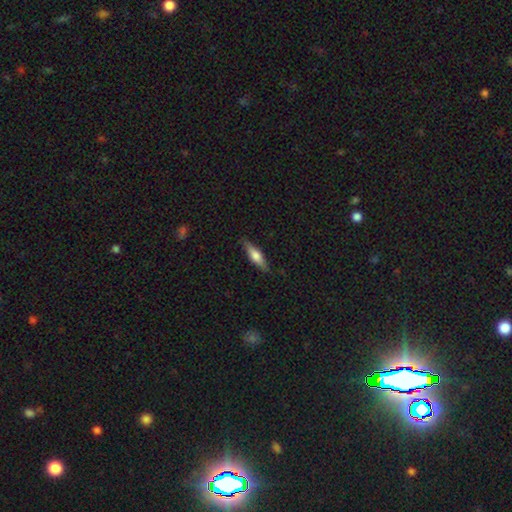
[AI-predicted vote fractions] This is possibly a smooth galaxy (51%). How rounded: likely cigar-shaped (70%). Merging: clearly none (85%).